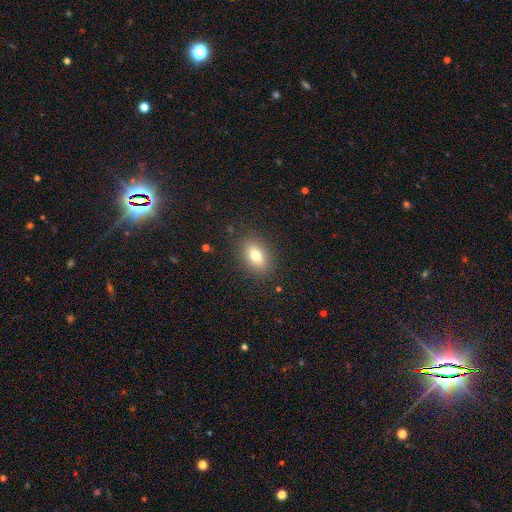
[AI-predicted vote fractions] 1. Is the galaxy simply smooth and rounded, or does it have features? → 77% smooth, 13% featured or disk, 10% star or artifact.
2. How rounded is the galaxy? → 83% in between, 14% round, 3% cigar-shaped.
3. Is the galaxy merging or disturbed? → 86% none, 9% minor disturbance, 3% major disturbance, 1% merger.